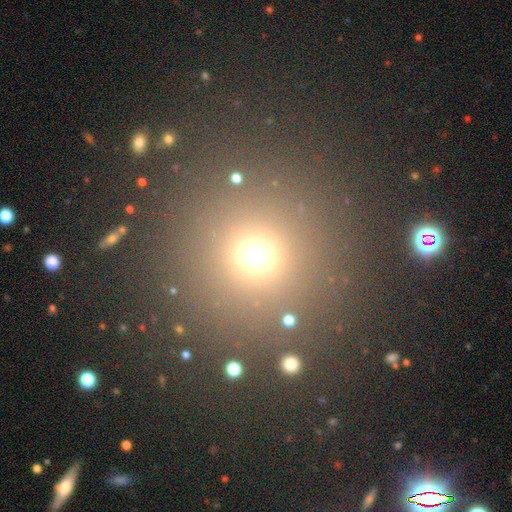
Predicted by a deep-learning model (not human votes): This appears to be a smooth galaxy with no disk features (58%) that is round (93%). Merging: none (84%).